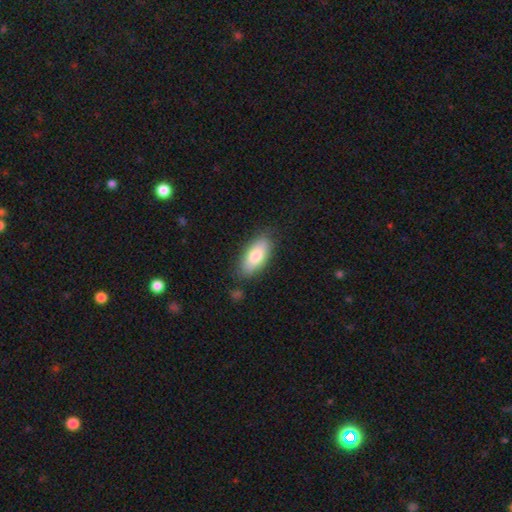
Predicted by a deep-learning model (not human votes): smooth_or_featured: smooth (p=0.79) [alt: featured or disk p=0.15]
how_rounded: in between (p=0.87) [alt: cigar-shaped p=0.10]
merging: none (p=0.80) [alt: minor disturbance p=0.14]